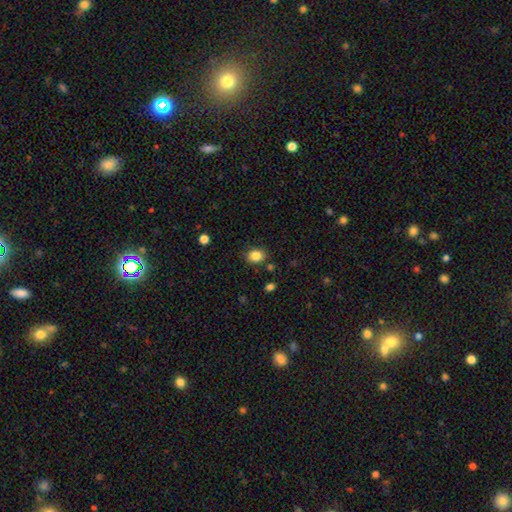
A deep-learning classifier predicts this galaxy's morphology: A smooth galaxy with no disk features (85%) that is round (57%). Merging: none (83%).